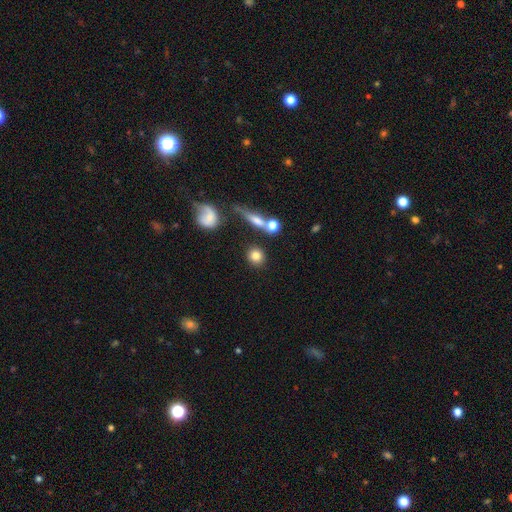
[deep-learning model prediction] Q: Smooth or featured?
A: smooth (79%); runner-up: star or artifact (11%)
Q: How rounded?
A: round (84%); runner-up: in between (13%)
Q: Merging?
A: none (78%); runner-up: merger (9%)